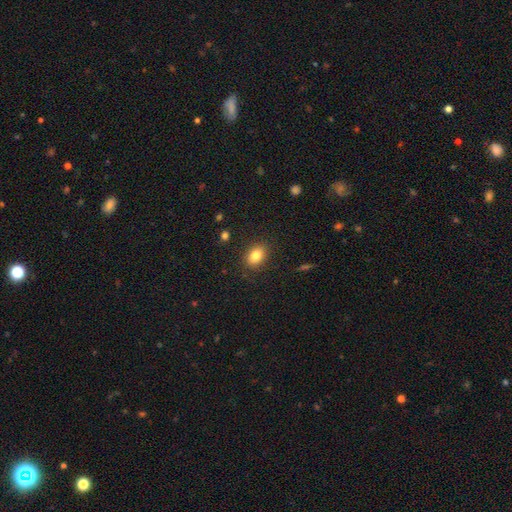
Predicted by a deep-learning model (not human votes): Overall: smooth (82%). How rounded: in between (70%). Merging: none (87%).